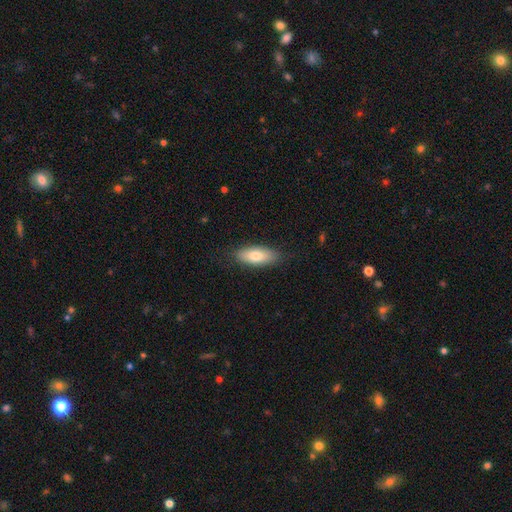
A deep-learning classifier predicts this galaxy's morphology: Q: Smooth or featured?
A: smooth (75%); runner-up: featured or disk (18%)
Q: How rounded?
A: in between (79%); runner-up: cigar-shaped (18%)
Q: Merging?
A: none (83%); runner-up: minor disturbance (13%)